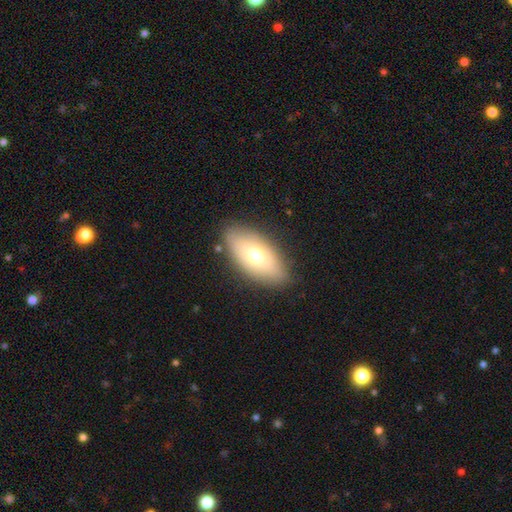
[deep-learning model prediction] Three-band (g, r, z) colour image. It shows a smooth galaxy with no disk features (65%) that is in between round and cigar-shaped (90%). Merging: none (84%).